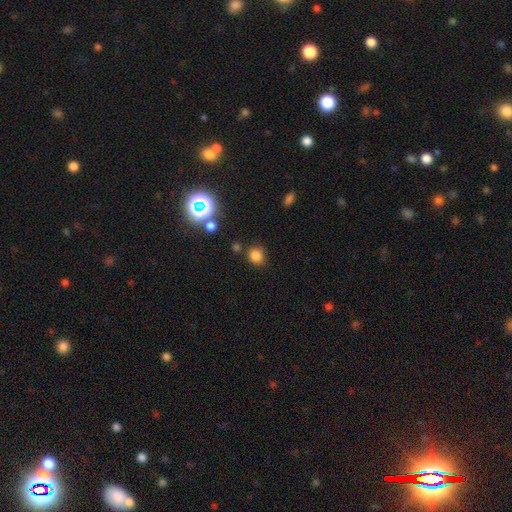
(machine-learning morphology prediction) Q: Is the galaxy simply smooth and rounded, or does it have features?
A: smooth — 78%.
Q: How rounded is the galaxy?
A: round — 85%.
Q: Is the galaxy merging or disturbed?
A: none — 77%.